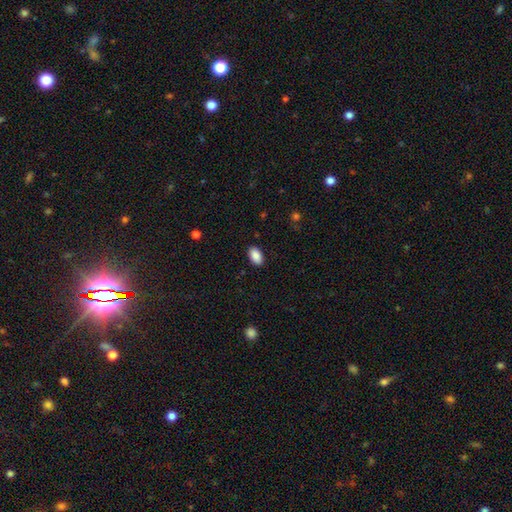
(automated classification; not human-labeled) Smooth or featured? Predicted: smooth (p=0.89). How rounded? Predicted: in between (p=0.94). Merging? Predicted: none (p=0.89).